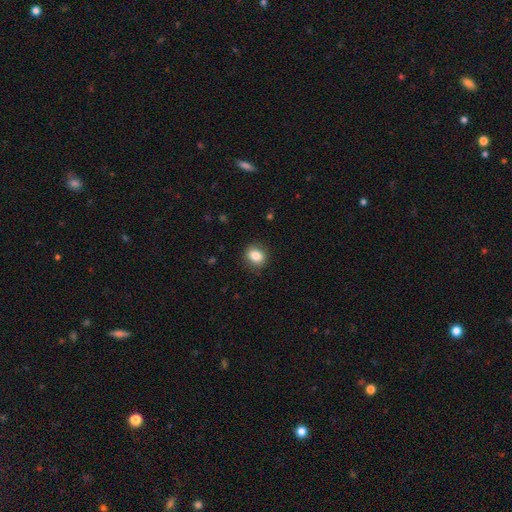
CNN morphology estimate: Smooth or featured? Predicted: smooth (p=0.84). How rounded? Predicted: round (p=0.64). Merging? Predicted: none (p=0.88).